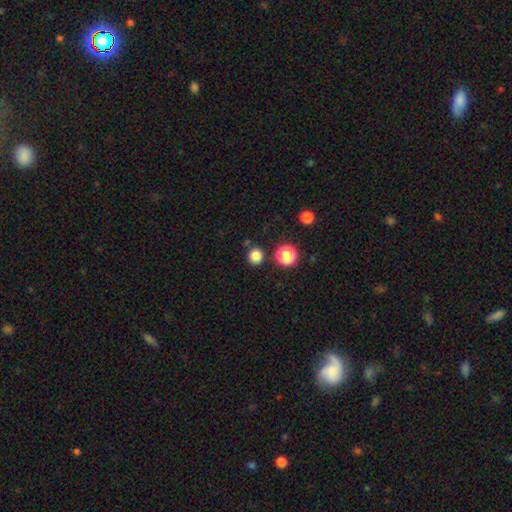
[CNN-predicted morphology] This is clearly a smooth galaxy (83%). How rounded: clearly round (93%). Merging: clearly none (87%).